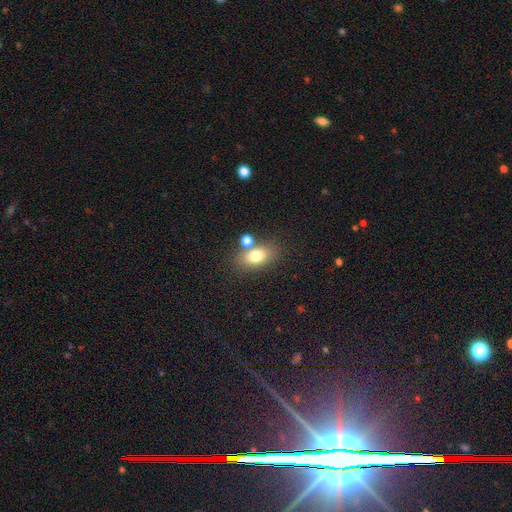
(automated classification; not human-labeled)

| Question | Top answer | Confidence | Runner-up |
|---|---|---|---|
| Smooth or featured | smooth | 76% | featured or disk (13%) |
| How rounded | in between | 77% | round (20%) |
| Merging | none | 64% | merger (21%) |